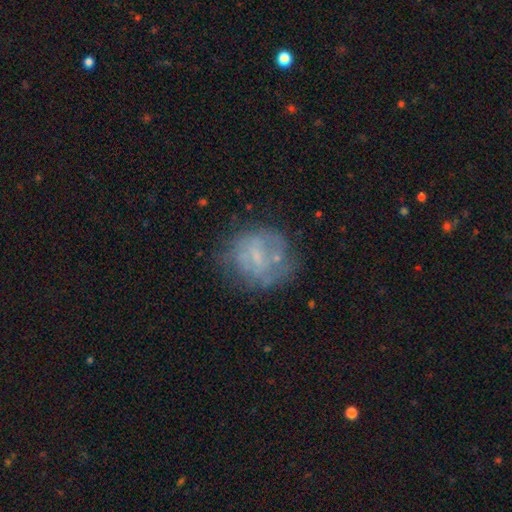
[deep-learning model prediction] Smooth or featured? Predicted: featured or disk (p=0.48). Merging? Predicted: none (p=0.58).